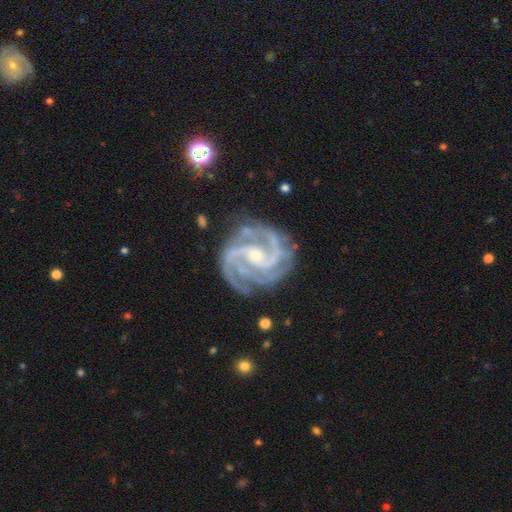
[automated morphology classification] Smooth or featured? featured or disk (93%)
Edge-on disk? no (98%)
Bar? no (38%)
Spiral arms? yes (99%)
Spiral winding? tight (53%)
Spiral arm count? 3 (41%)
Bulge size? small (71%)
Merging? none (77%)